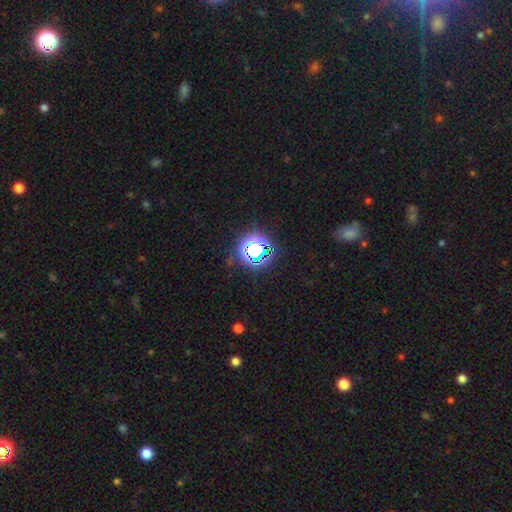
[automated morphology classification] Smooth or featured?
  - star or artifact: 72% *
  - smooth: 19%
  - featured or disk: 9%